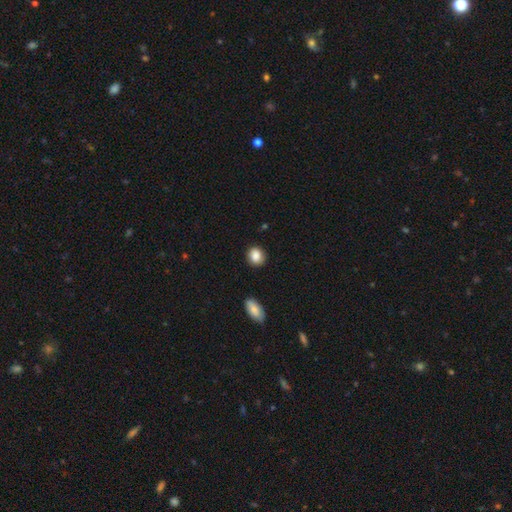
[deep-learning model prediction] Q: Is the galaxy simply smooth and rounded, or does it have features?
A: smooth — 86%.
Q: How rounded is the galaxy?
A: round — 73%.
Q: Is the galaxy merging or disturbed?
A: none — 83%.